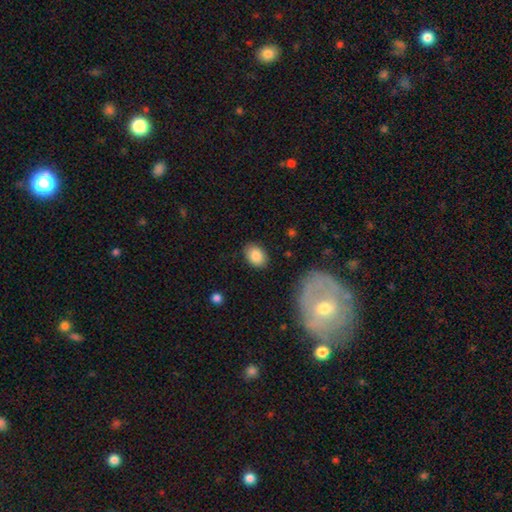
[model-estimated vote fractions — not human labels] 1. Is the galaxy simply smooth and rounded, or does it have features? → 86% smooth, 8% star or artifact, 6% featured or disk.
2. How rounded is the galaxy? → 76% in between, 23% round, 1% cigar-shaped.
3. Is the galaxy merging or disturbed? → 86% none, 10% minor disturbance, 3% major disturbance, 2% merger.